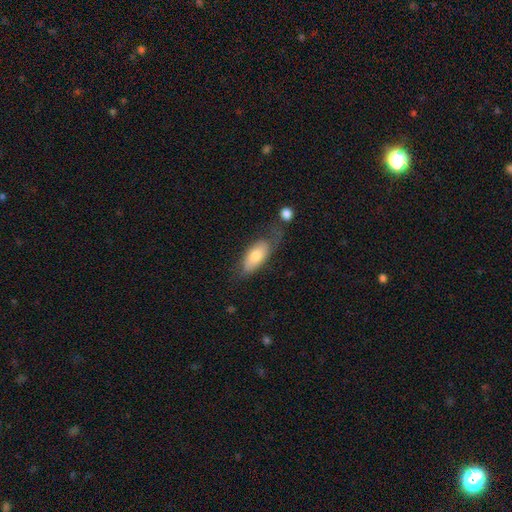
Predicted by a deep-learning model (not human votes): Smooth or featured? Predicted: smooth (p=0.66). How rounded? Predicted: in between (p=0.83). Merging? Predicted: none (p=0.45).